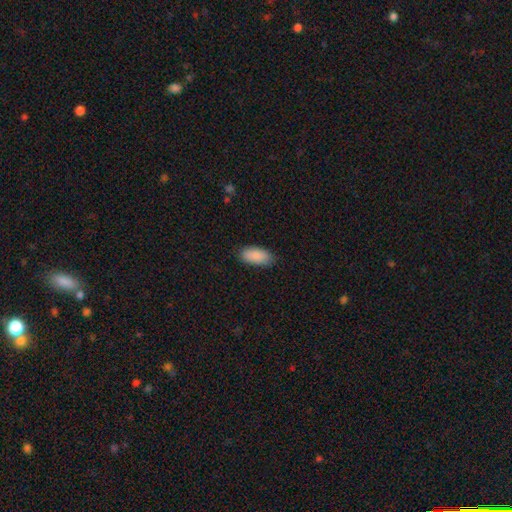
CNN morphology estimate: The model was most divided on "merging": none: 83%, minor disturbance: 13%, major disturbance: 3%, merger: 1%. More confident: how rounded — in between (91%); smooth or featured — smooth (89%).